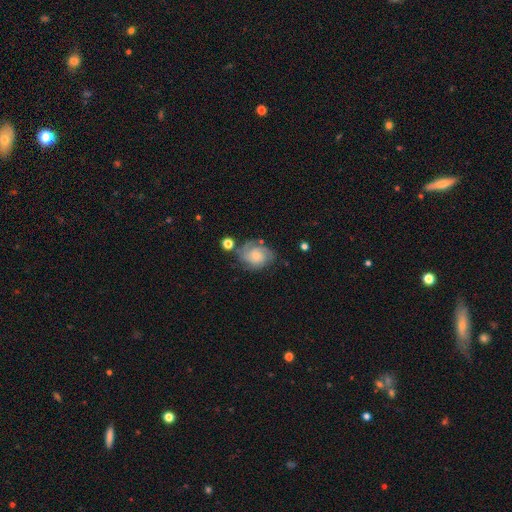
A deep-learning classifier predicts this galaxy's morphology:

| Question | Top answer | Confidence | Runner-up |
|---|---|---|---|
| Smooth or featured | featured or disk | 60% | smooth (31%) |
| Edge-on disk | no | 97% | yes (3%) |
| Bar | no | 75% | weak (22%) |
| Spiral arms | yes | 89% | no (11%) |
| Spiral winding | tight | 52% | medium (36%) |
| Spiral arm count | can't tell | 32% | 2 (29%) |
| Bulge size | small | 46% | moderate (34%) |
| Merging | none | 61% | minor disturbance (23%) |